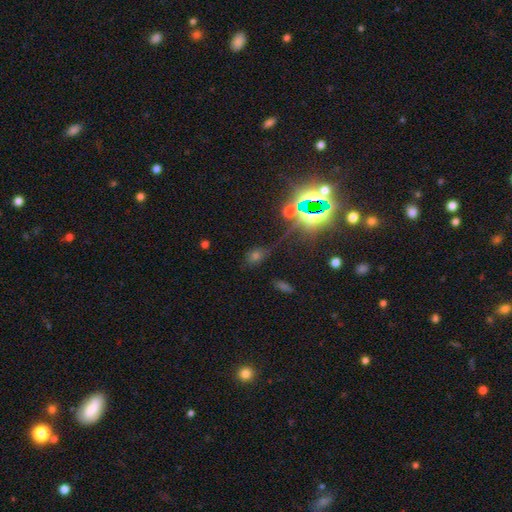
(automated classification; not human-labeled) smooth_or_featured: star or artifact (p=0.58) [alt: smooth p=0.28]